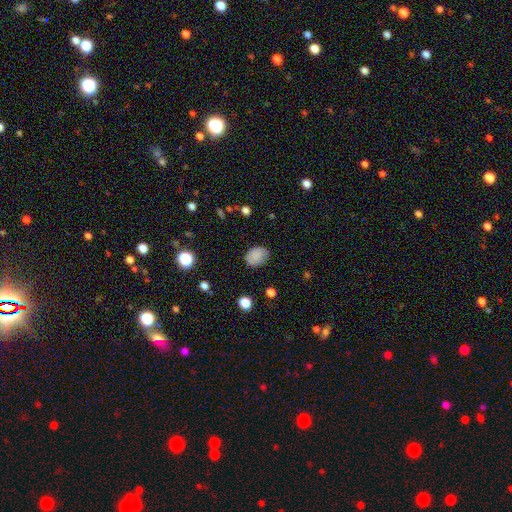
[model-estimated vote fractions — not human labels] Smooth or featured?
  - smooth: 85% *
  - star or artifact: 9%
  - featured or disk: 6%
How rounded?
  - in between: 65% *
  - round: 34%
  - cigar-shaped: 1%
Merging?
  - none: 79% *
  - minor disturbance: 17%
  - major disturbance: 4%
  - merger: 1%